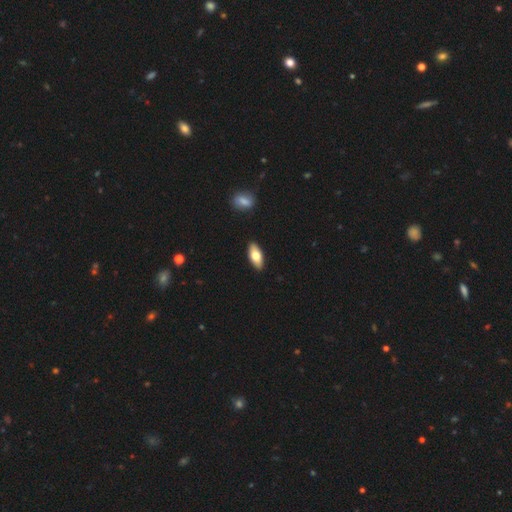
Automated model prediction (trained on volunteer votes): smooth 72%, featured or disk 22%, star or artifact 6%. Down the decision tree: how rounded — in between (84%); merging — none (89%).